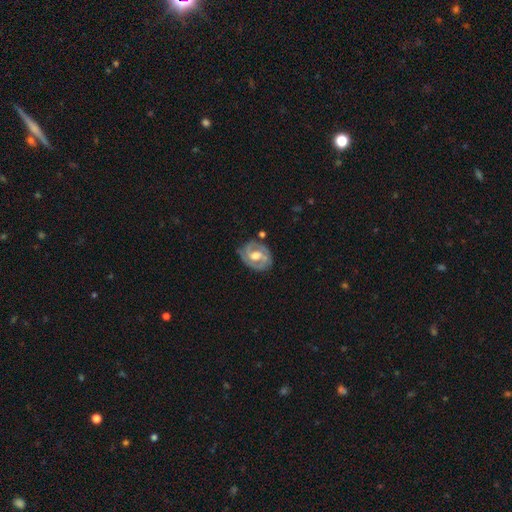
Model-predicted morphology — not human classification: type=featured or disk (79%); edge-on=no (97%); bar=weak (44%); spiral arms=yes (85%); winding=tight (57%); arm count=2 (74%); bulge=moderate (68%); merging=none (74%).